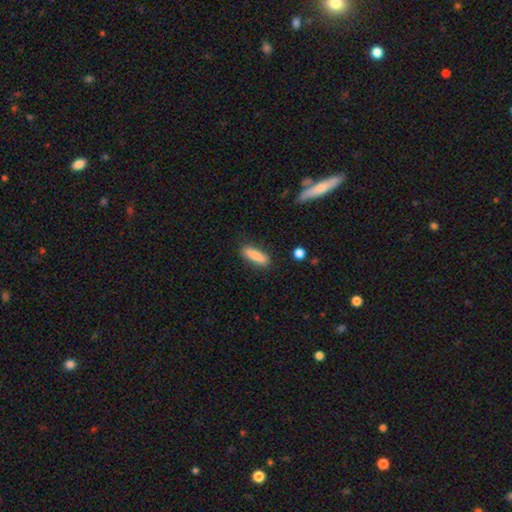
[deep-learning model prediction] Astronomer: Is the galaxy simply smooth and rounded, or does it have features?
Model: smooth — 84%.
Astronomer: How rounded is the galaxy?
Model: cigar-shaped — 62%.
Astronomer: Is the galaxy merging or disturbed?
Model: none — 85%.